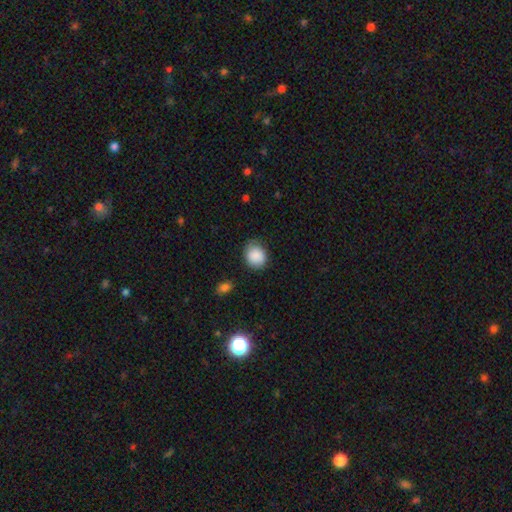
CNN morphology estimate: Q: Smooth or featured?
A: smooth (87%); runner-up: star or artifact (8%)
Q: How rounded?
A: round (69%); runner-up: in between (30%)
Q: Merging?
A: none (70%); runner-up: minor disturbance (23%)